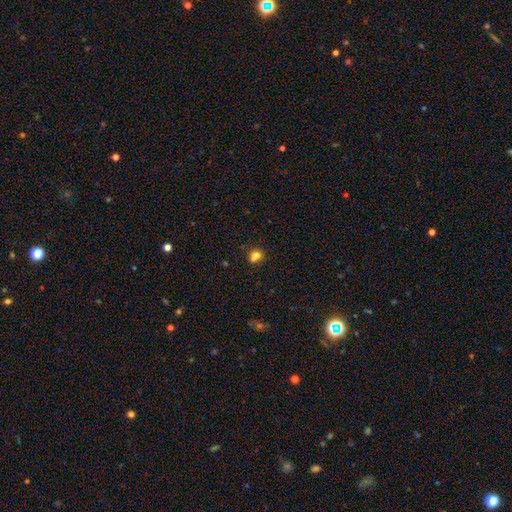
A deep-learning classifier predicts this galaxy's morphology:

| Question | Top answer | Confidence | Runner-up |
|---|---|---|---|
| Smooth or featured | smooth | 78% | star or artifact (13%) |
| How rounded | round | 70% | in between (29%) |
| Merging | none | 64% | minor disturbance (16%) |